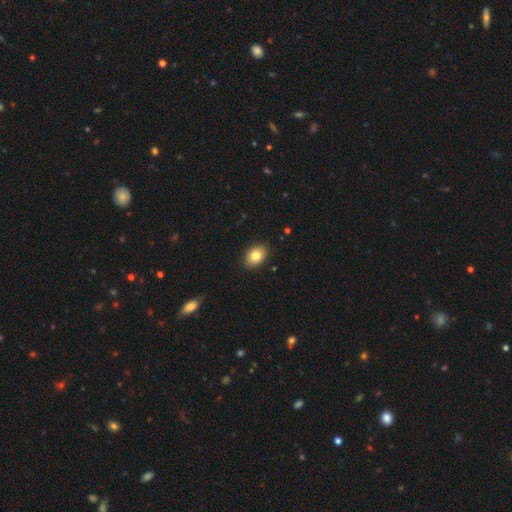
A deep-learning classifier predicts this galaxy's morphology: Smooth or featured? smooth (82%)
How rounded? in between (79%)
Merging? none (89%)